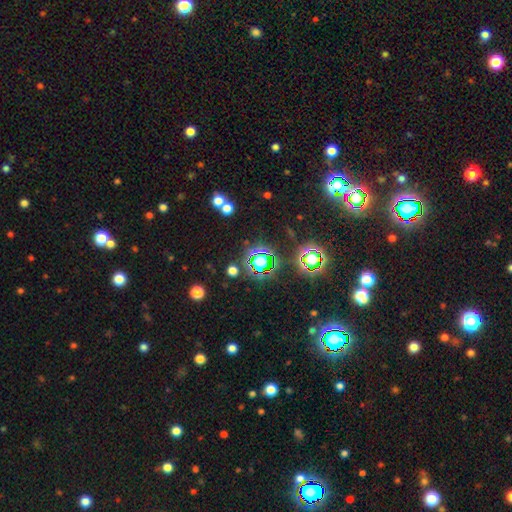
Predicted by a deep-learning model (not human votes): The model was most divided on "smooth or featured": star or artifact: 70%, smooth: 20%, featured or disk: 10%.